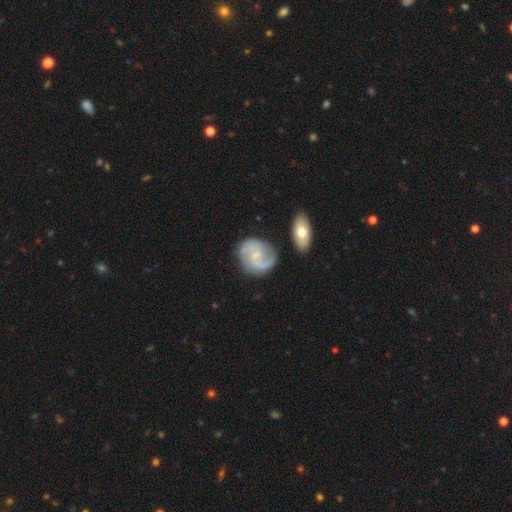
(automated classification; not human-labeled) Smooth or featured? featured or disk (80%)
Edge-on disk? no (97%)
Bar? no (50%)
Spiral arms? yes (95%)
Spiral winding? medium (50%)
Spiral arm count? 2 (84%)
Bulge size? small (65%)
Merging? none (73%)